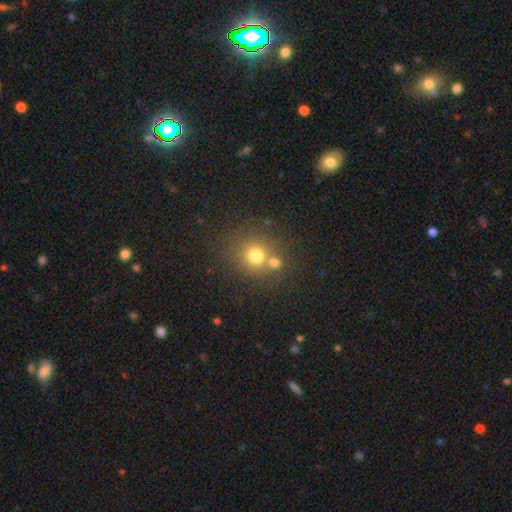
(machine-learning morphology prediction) The model was most divided on "merging": none: 59%, merger: 29%, minor disturbance: 8%, major disturbance: 4%. More confident: how rounded — round (87%); smooth or featured — smooth (72%).